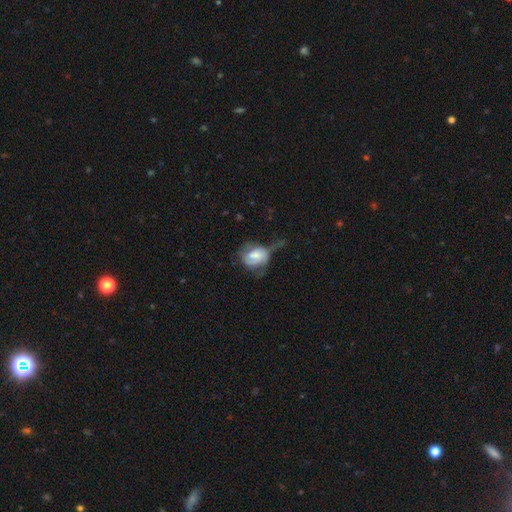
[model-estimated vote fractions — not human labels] smooth 57%, featured or disk 35%, star or artifact 9%. Down the decision tree: how rounded — in between (57%); merging — major disturbance (45%).